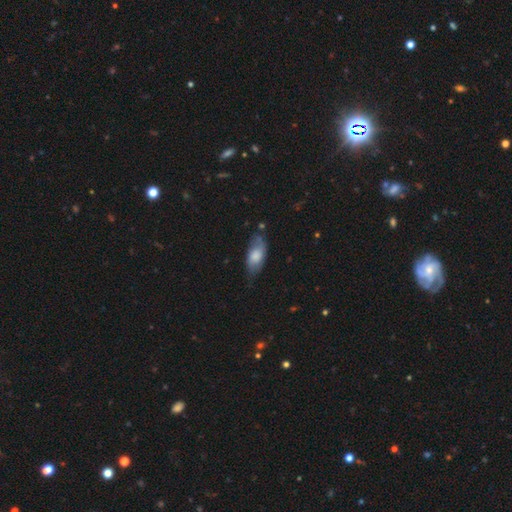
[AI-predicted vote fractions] Smooth or featured?
  - smooth: 69% *
  - featured or disk: 25%
  - star or artifact: 6%
How rounded?
  - in between: 86% *
  - cigar-shaped: 11%
  - round: 3%
Merging?
  - none: 60% *
  - minor disturbance: 29%
  - major disturbance: 8%
  - merger: 3%